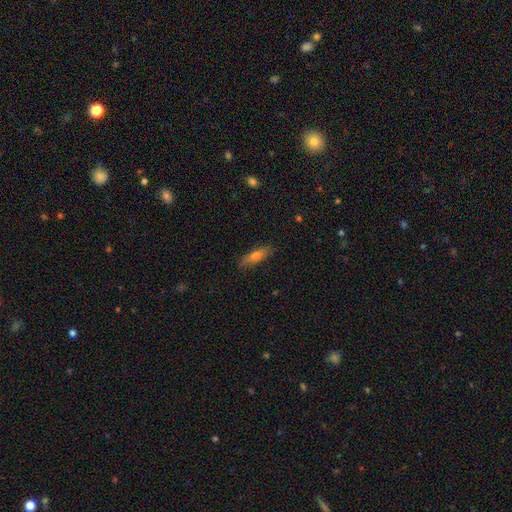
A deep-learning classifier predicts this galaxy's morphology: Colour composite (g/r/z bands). It shows a smooth galaxy with no disk features (65%) that is cigar-shaped (58%). Merging: none (83%).